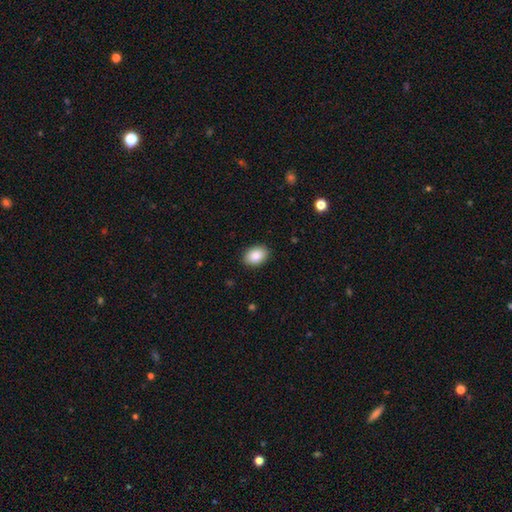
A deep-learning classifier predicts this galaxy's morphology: Q: Smooth or featured?
A: smooth (88%); runner-up: star or artifact (7%)
Q: How rounded?
A: in between (83%); runner-up: round (16%)
Q: Merging?
A: none (89%); runner-up: minor disturbance (8%)